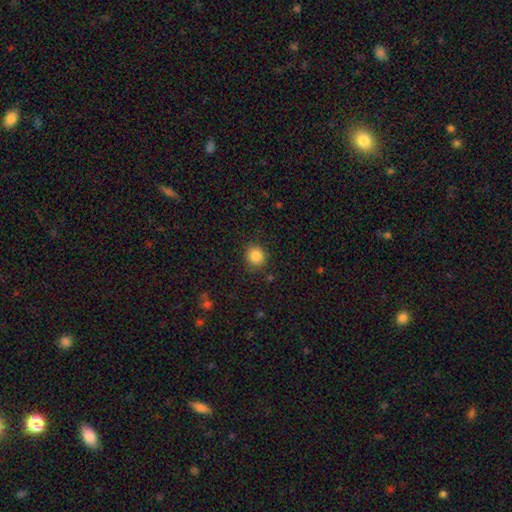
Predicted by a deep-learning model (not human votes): smooth_or_featured: smooth (p=0.86) [alt: star or artifact p=0.10]
how_rounded: round (p=0.88) [alt: in between p=0.11]
merging: none (p=0.87) [alt: minor disturbance p=0.08]